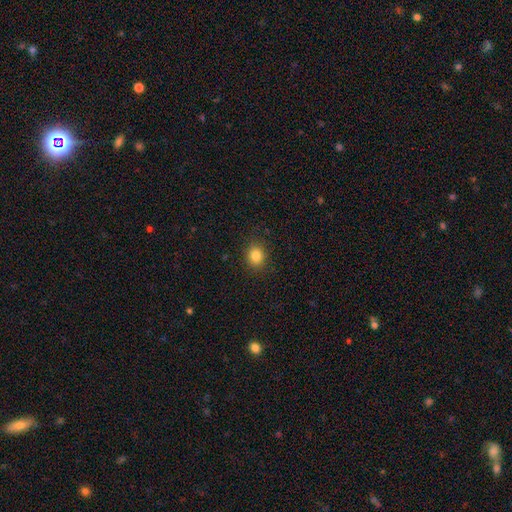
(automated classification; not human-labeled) Smooth or featured?
  - smooth: 84% *
  - star or artifact: 11%
  - featured or disk: 5%
How rounded?
  - round: 63% *
  - in between: 36%
  - cigar-shaped: 1%
Merging?
  - none: 88% *
  - minor disturbance: 8%
  - major disturbance: 3%
  - merger: 1%